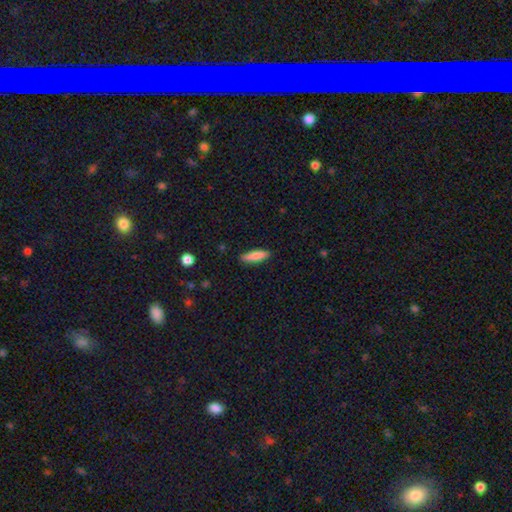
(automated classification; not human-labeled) This is clearly a smooth galaxy (82%). How rounded: likely cigar-shaped (64%). Merging: clearly none (87%).